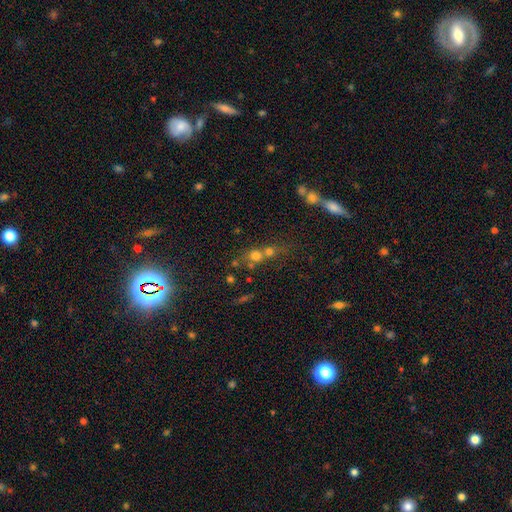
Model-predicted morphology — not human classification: smooth-or-featured: smooth: 64% | star or artifact: 19% | featured or disk: 17%
  how-rounded: round: 79% | in between: 19% | cigar-shaped: 3%
  merging: merger: 57% | none: 31% | minor disturbance: 6% | major disturbance: 5%